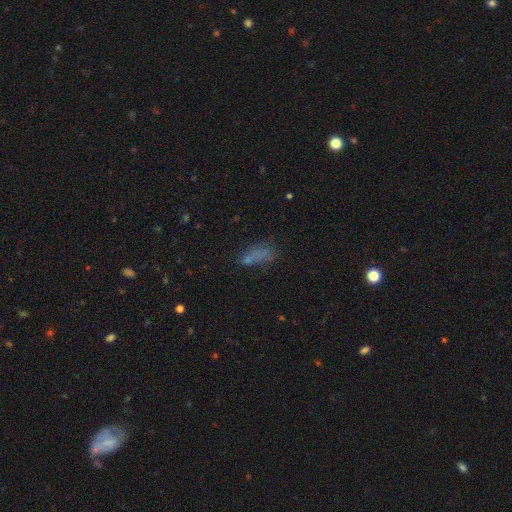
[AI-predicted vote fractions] smooth-or-featured: smooth: 62% | star or artifact: 21% | featured or disk: 17%
  how-rounded: in between: 65% | cigar-shaped: 29% | round: 6%
  merging: none: 48% | minor disturbance: 21% | major disturbance: 18% | merger: 14%